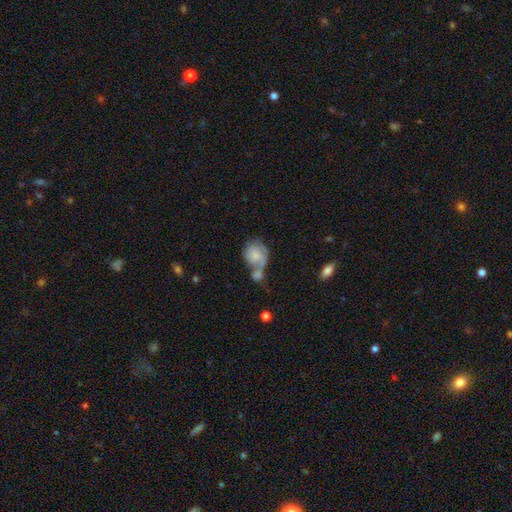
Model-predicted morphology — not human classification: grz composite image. It shows a smooth galaxy with no disk features (53%) that is in between round and cigar-shaped (55%). Merging: merger (49%).